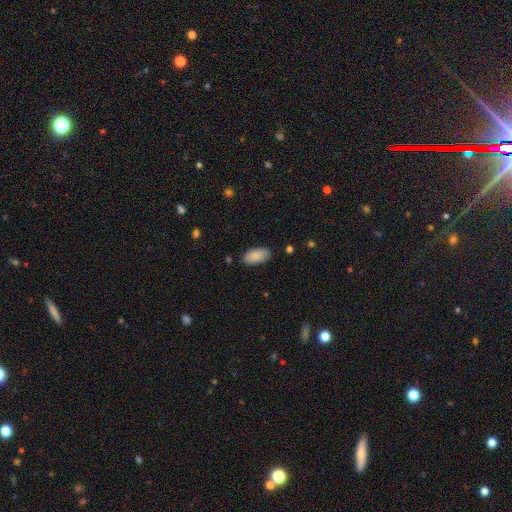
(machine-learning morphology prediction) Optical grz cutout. It shows a smooth galaxy with no disk features (88%) that is in between round and cigar-shaped (93%). Merging: none (86%).